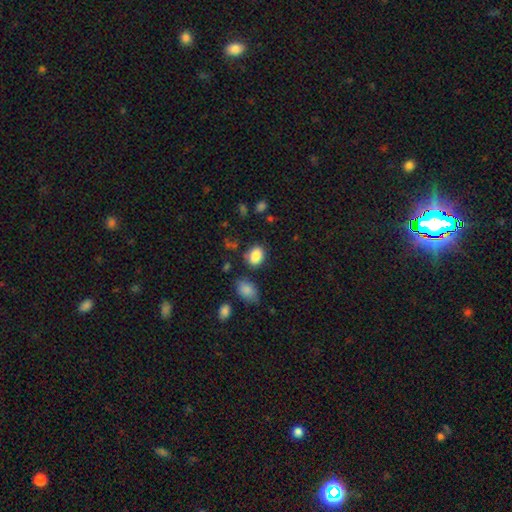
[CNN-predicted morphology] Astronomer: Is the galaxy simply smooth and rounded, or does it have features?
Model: smooth — 85%.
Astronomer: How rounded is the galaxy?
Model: in between — 70%.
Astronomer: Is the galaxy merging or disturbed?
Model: none — 76%.